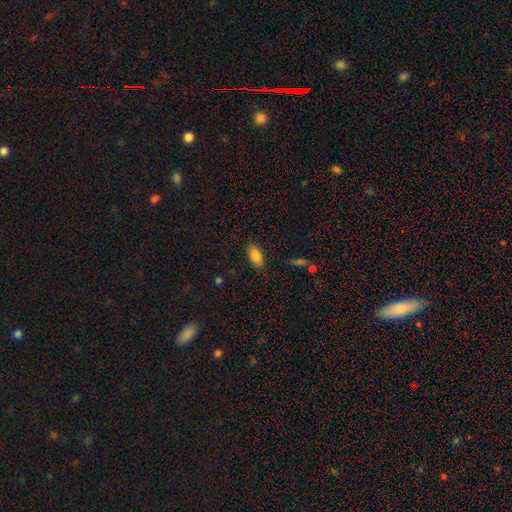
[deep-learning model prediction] This appears to be a smooth galaxy with no disk features (85%) that is in between round and cigar-shaped (92%). Merging: none (85%).